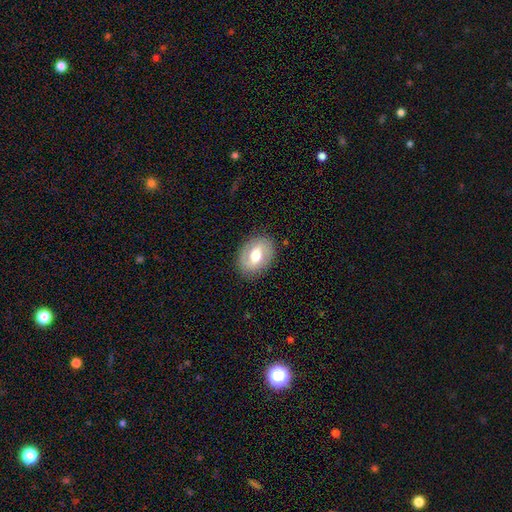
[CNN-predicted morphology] A featured or disk galaxy (51%).

Vote fractions:
- Smooth or featured? featured or disk: 51% / smooth: 42% / star or artifact: 7%
- Edge-on disk? no: 93% / yes: 7%
- Merging? none: 84% / minor disturbance: 11% / major disturbance: 4% / merger: 1%